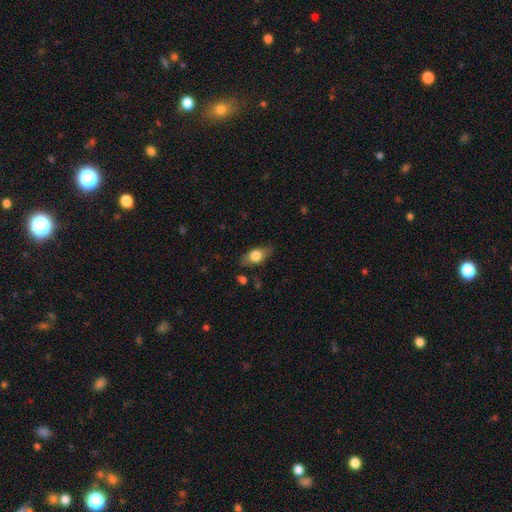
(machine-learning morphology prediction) type=smooth (67%); roundness=in between (81%); merging=none (78%).